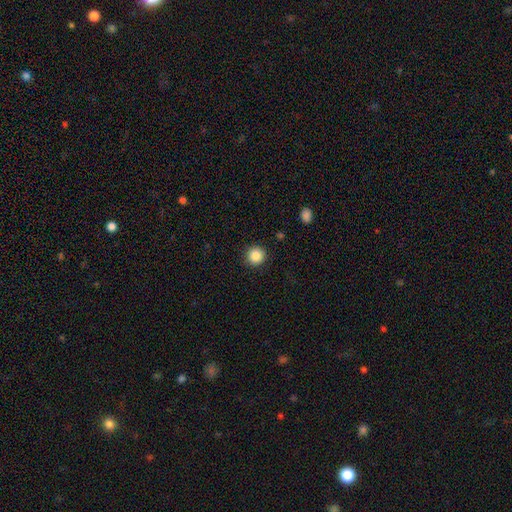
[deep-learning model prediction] Q: Smooth or featured?
A: smooth (86%); runner-up: star or artifact (10%)
Q: How rounded?
A: round (95%); runner-up: in between (4%)
Q: Merging?
A: none (92%); runner-up: minor disturbance (5%)